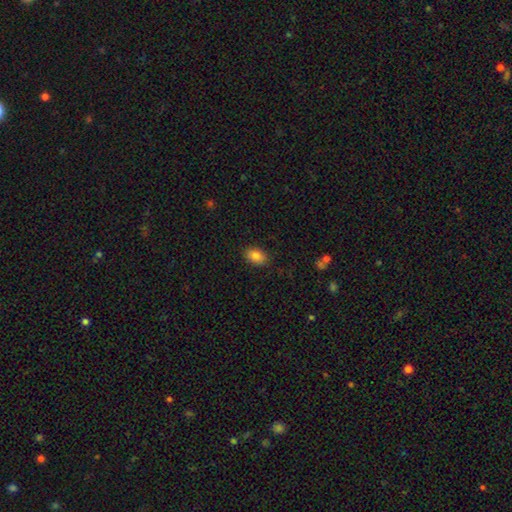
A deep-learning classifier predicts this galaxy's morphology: Overall: smooth (84%). How rounded: in between (82%). Merging: none (87%).